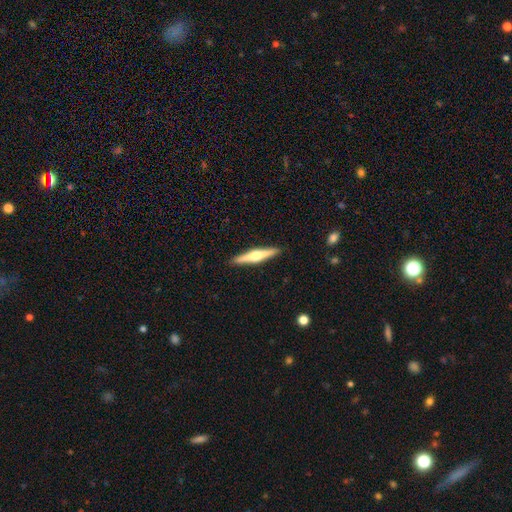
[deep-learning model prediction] Smooth or featured: featured or disk — 65% (smooth — 30%)
Edge-on disk: yes — 97% (no — 3%)
Edge-on bulge: rounded — 91% (boxy — 5%)
Merging: none — 91% (minor disturbance — 6%)